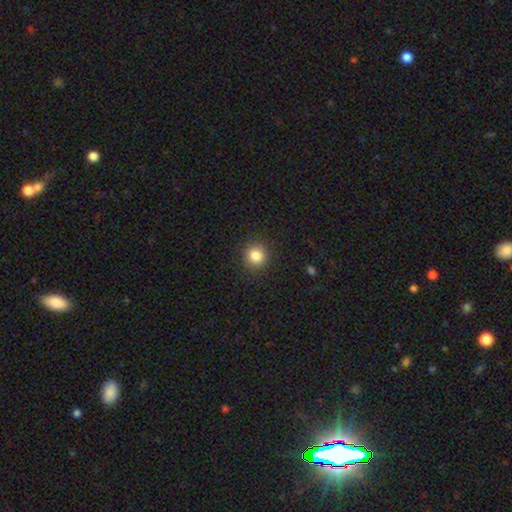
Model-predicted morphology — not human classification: Smooth or featured? Predicted: smooth (p=0.83). How rounded? Predicted: round (p=0.92). Merging? Predicted: none (p=0.91).